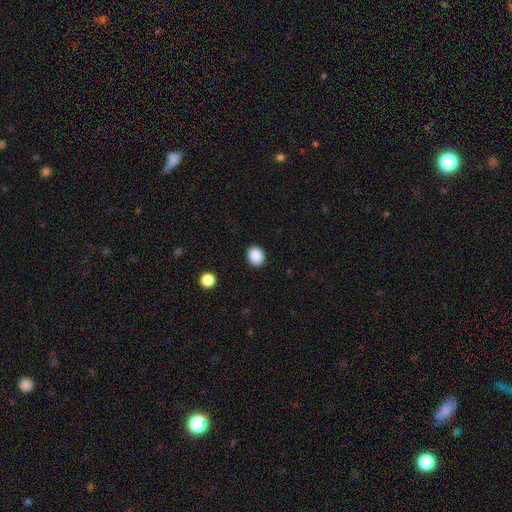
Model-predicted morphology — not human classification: Smooth or featured? smooth (89%)
How rounded? round (60%)
Merging? none (91%)